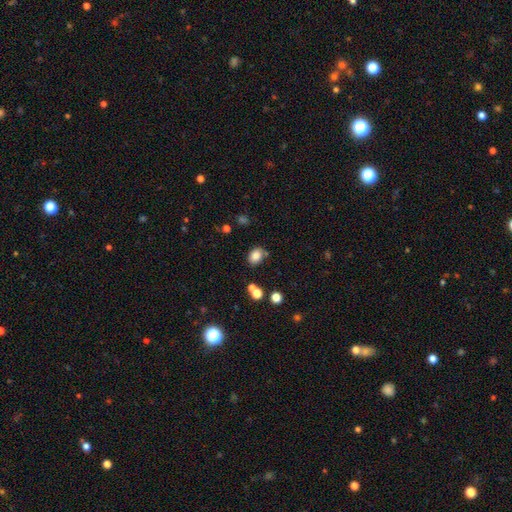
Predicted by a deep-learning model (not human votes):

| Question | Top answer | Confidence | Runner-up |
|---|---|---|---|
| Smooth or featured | smooth | 83% | star or artifact (11%) |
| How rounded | in between | 69% | round (30%) |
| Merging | none | 76% | minor disturbance (13%) |